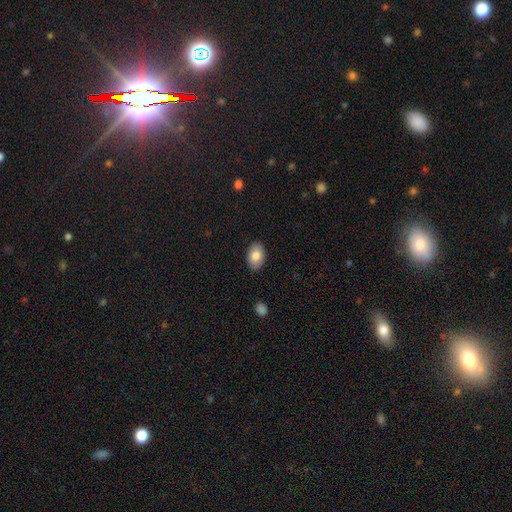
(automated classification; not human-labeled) This is clearly a smooth galaxy (82%). How rounded: clearly in between (87%). Merging: clearly none (88%).